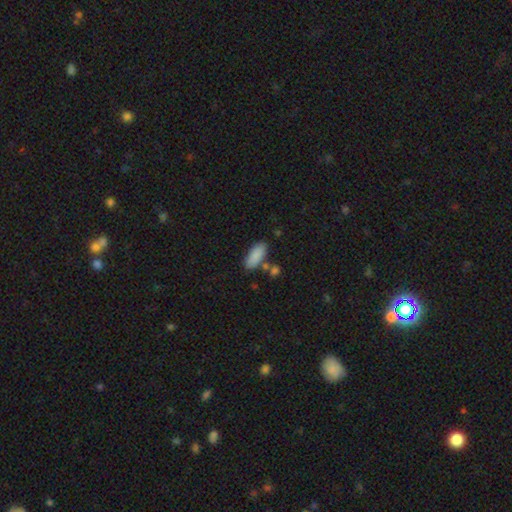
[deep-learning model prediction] This is clearly a smooth galaxy (88%). How rounded: clearly in between (83%). Merging: likely none (73%).